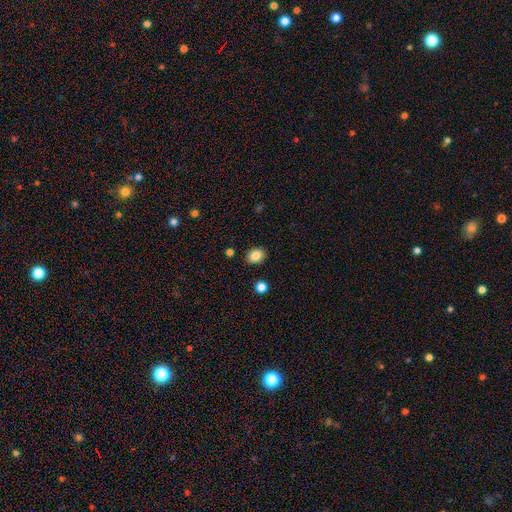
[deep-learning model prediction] smooth-or-featured: smooth: 85% | star or artifact: 9% | featured or disk: 6%
  how-rounded: in between: 60% | round: 39% | cigar-shaped: 1%
  merging: none: 87% | minor disturbance: 8% | merger: 2% | major disturbance: 2%